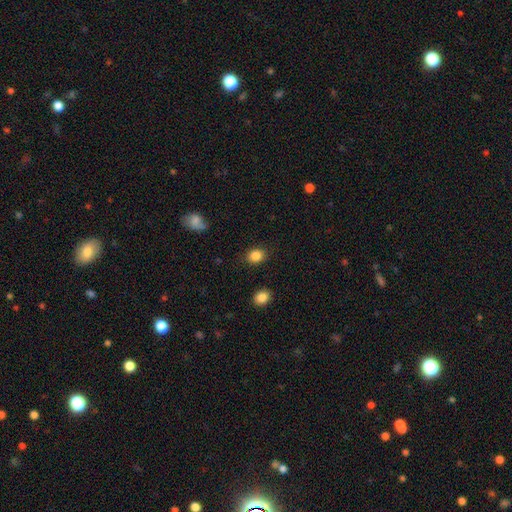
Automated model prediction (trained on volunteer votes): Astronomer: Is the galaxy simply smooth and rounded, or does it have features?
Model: smooth — 86%.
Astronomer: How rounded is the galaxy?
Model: in between — 50% (runner-up: round, 49%).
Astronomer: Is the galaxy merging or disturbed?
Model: none — 86%.